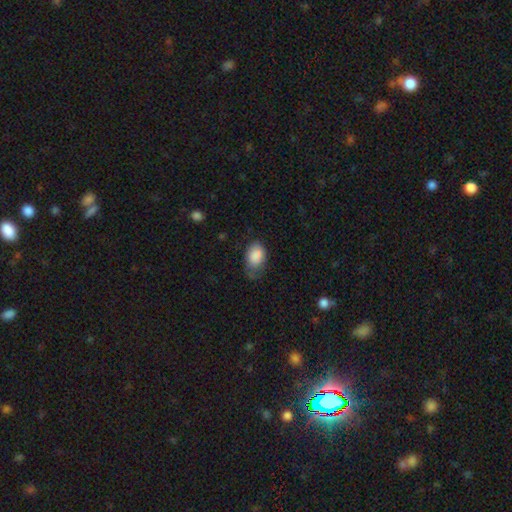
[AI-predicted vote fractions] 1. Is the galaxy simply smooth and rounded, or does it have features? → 85% smooth, 7% featured or disk, 7% star or artifact.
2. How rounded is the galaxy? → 84% in between, 15% round, 1% cigar-shaped.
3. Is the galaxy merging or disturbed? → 46% none, 36% minor disturbance, 16% major disturbance, 2% merger.